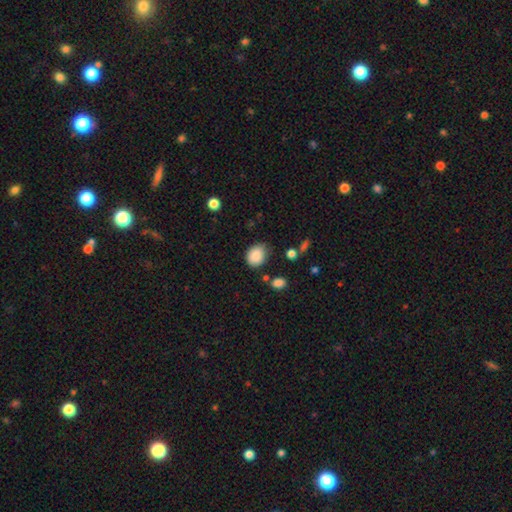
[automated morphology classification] Smooth or featured? smooth (86%)
How rounded? round (51%)
Merging? none (67%)